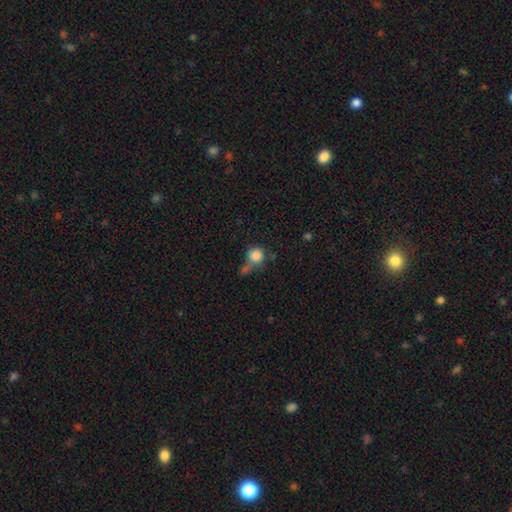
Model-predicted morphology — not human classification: Smooth or featured: smooth — 83% (star or artifact — 10%)
How rounded: round — 88% (in between — 11%)
Merging: none — 44% (merger — 31%)